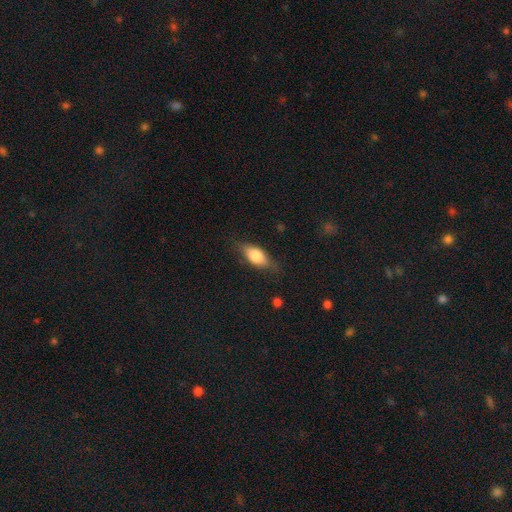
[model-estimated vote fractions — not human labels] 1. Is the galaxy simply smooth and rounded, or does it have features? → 72% smooth, 21% featured or disk, 7% star or artifact.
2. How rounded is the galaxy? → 82% in between, 14% cigar-shaped, 5% round.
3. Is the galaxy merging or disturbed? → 73% none, 21% minor disturbance, 5% major disturbance, 1% merger.